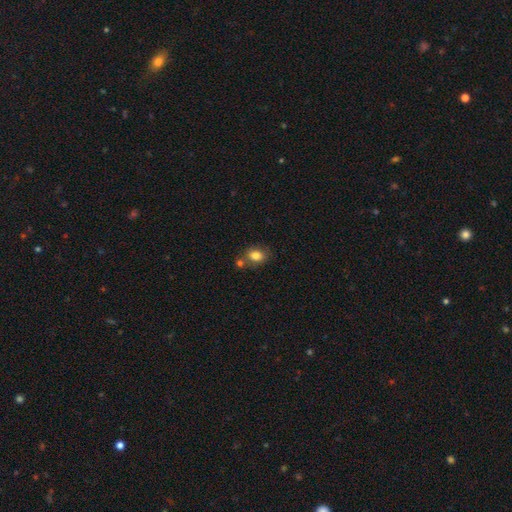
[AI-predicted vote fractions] smooth 82%, star or artifact 10%, featured or disk 9%. Down the decision tree: how rounded — in between (62%); merging — none (62%).